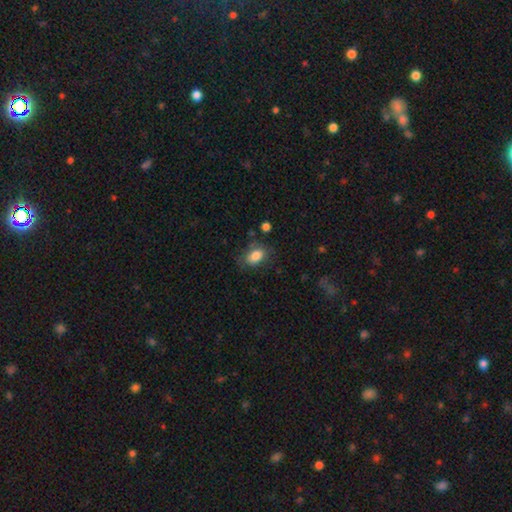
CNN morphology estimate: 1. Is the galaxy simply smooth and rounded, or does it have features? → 81% smooth, 10% featured or disk, 8% star or artifact.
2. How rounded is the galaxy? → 79% in between, 19% round, 1% cigar-shaped.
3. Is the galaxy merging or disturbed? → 65% none, 23% minor disturbance, 9% major disturbance, 3% merger.